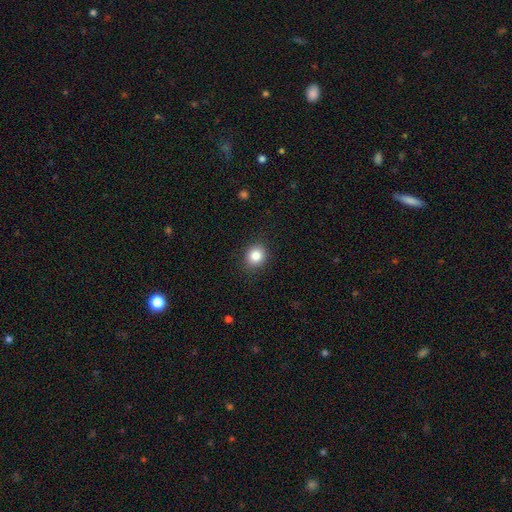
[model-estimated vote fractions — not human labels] smooth 84%, star or artifact 10%, featured or disk 6%. Down the decision tree: how rounded — round (72%); merging — none (89%).